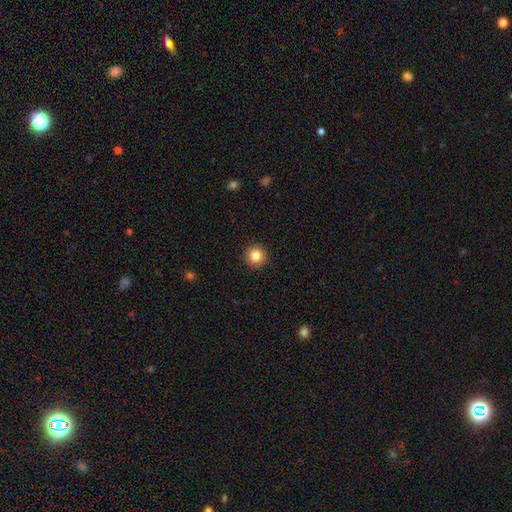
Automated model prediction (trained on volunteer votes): A smooth galaxy with no disk features (85%) that is round (95%). Merging: none (92%).